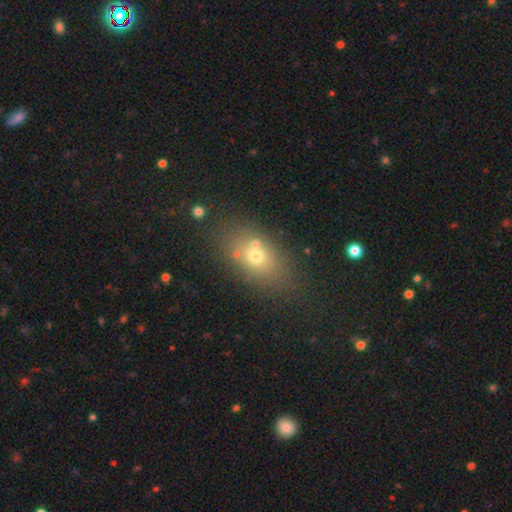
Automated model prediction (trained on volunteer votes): Smooth or featured?
  - smooth: 63% *
  - featured or disk: 20%
  - star or artifact: 17%
How rounded?
  - in between: 71% *
  - round: 25%
  - cigar-shaped: 4%
Merging?
  - none: 67% *
  - merger: 16%
  - minor disturbance: 12%
  - major disturbance: 5%